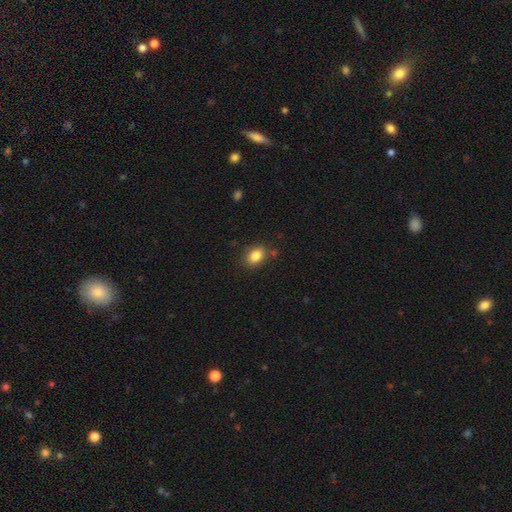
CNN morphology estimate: smooth_or_featured: smooth (p=0.85) [alt: star or artifact p=0.09]
how_rounded: in between (p=0.68) [alt: round p=0.31]
merging: none (p=0.80) [alt: minor disturbance p=0.13]